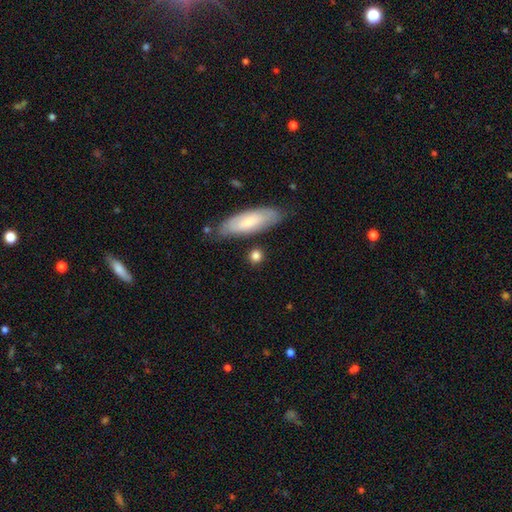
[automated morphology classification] This appears to be a smooth galaxy with no disk features (80%) that is round (51%). Merging: none (77%).